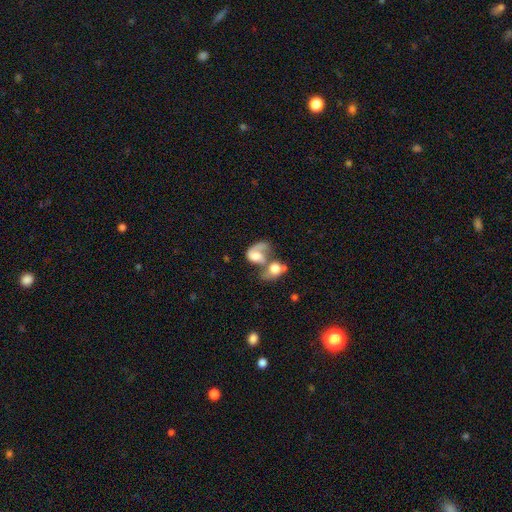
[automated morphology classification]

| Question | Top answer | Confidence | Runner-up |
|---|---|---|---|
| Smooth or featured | featured or disk | 54% | smooth (38%) |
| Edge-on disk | no | 97% | yes (3%) |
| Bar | no | 67% | weak (26%) |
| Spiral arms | yes | 74% | no (26%) |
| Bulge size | moderate | 43% | large (30%) |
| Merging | merger | 76% | major disturbance (11%) |